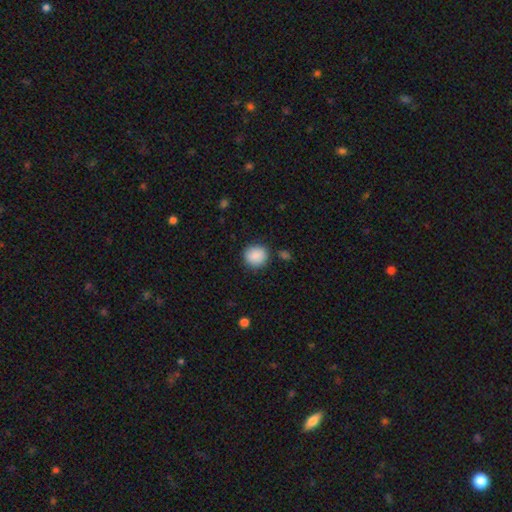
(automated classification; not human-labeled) Smooth or featured: smooth — 88% (star or artifact — 8%)
How rounded: round — 88% (in between — 11%)
Merging: none — 86% (minor disturbance — 9%)